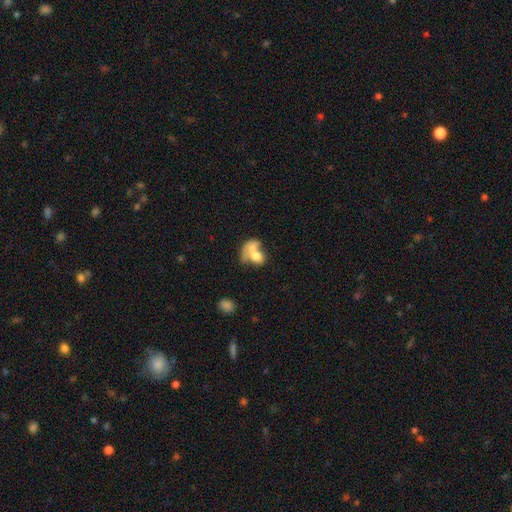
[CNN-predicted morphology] smooth 66%, featured or disk 25%, star or artifact 8%. Down the decision tree: how rounded — in between (65%); merging — merger (69%).